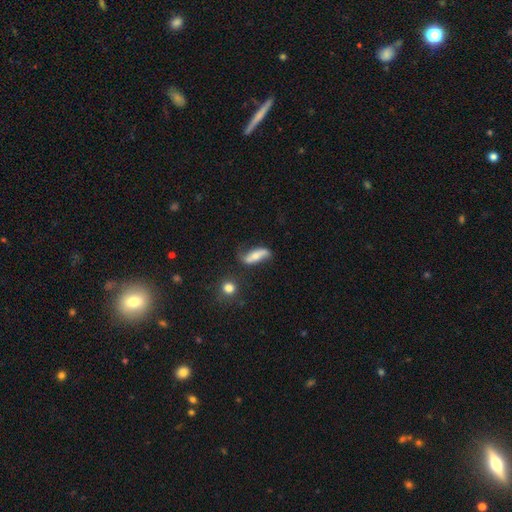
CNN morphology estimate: Smooth or featured? Predicted: featured or disk (p=0.61). Edge-on disk? Predicted: no (p=0.77). Merging? Predicted: none (p=0.60).